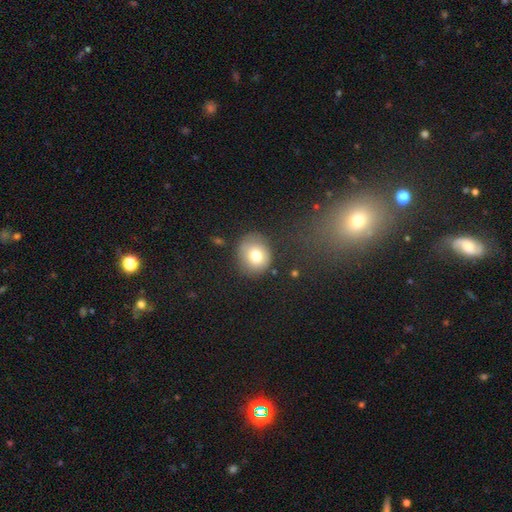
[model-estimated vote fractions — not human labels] A smooth galaxy with no disk features (75%) that is round (74%). Merging: none (80%).